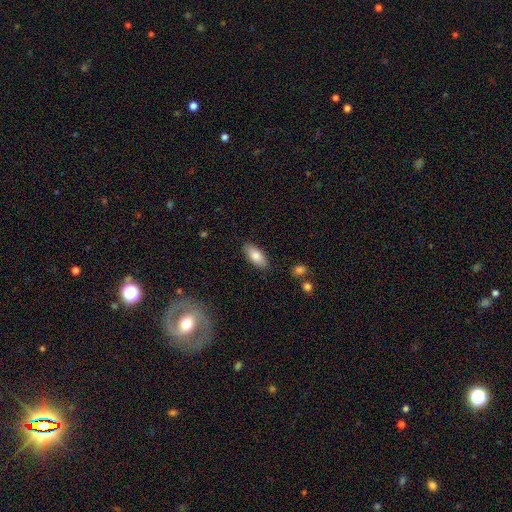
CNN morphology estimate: smooth-or-featured: smooth: 83% | featured or disk: 11% | star or artifact: 6%
  how-rounded: in between: 84% | cigar-shaped: 14% | round: 2%
  merging: none: 87% | minor disturbance: 10% | major disturbance: 2% | merger: 1%